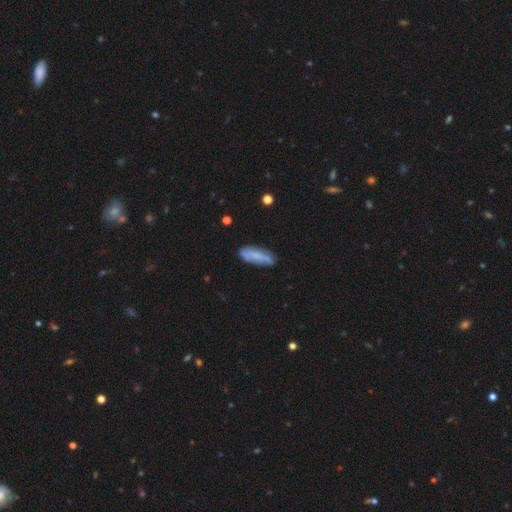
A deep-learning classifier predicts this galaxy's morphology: A smooth galaxy with no disk features (66%) that is in between round and cigar-shaped (53%). Merging: none (72%).